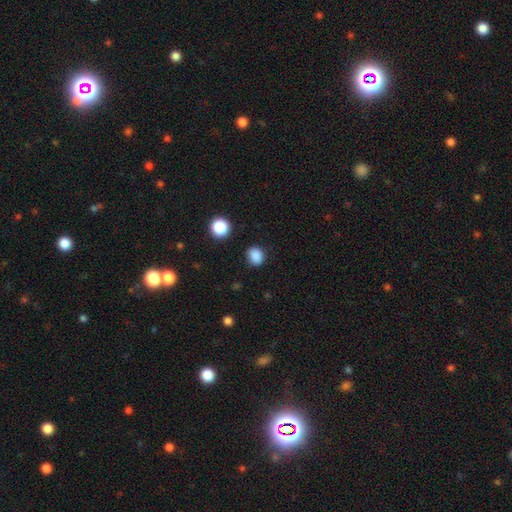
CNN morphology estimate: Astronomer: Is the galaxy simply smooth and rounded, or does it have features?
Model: smooth — 86%.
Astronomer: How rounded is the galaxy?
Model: round — 60% (runner-up: in between, 39%).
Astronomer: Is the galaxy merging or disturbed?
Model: none — 82%.